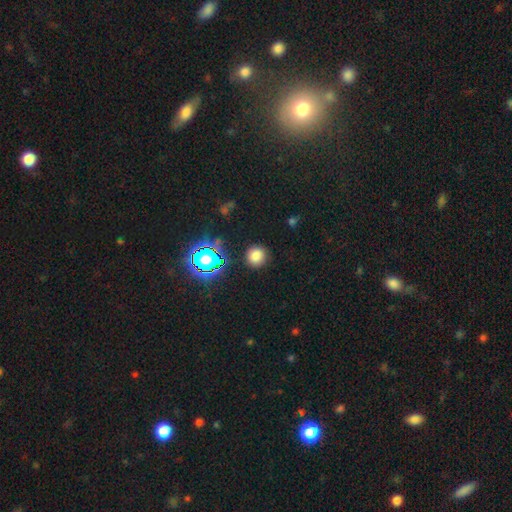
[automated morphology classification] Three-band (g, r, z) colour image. It shows a smooth galaxy with no disk features (75%) that is round (91%). Merging: none (87%).